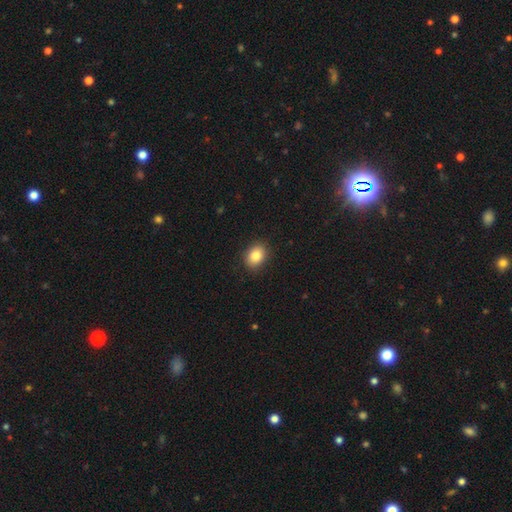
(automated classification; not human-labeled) Smooth or featured? smooth (85%)
How rounded? in between (60%)
Merging? none (90%)